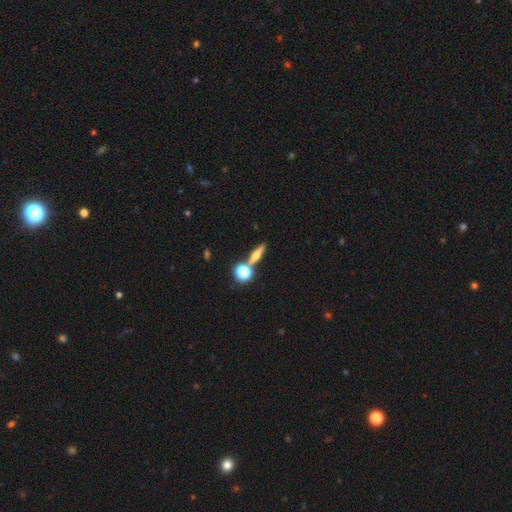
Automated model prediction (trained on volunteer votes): Smooth or featured? smooth (46%)
Merging? none (70%)